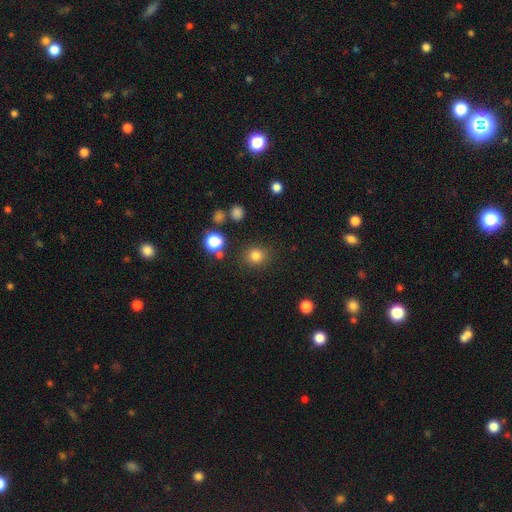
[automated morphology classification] Smooth or featured? Predicted: smooth (p=0.80). How rounded? Predicted: round (p=0.85). Merging? Predicted: none (p=0.85).